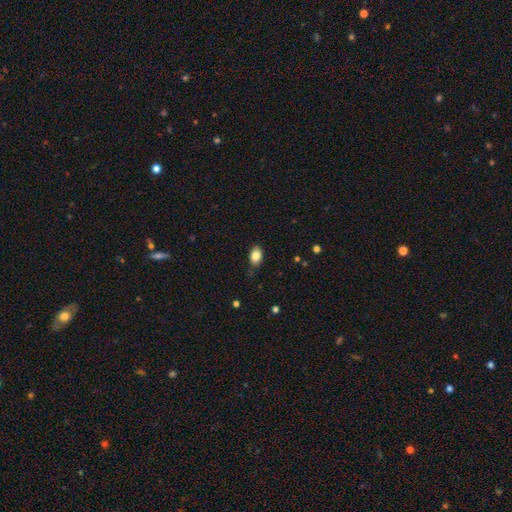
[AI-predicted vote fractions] Morphology: type=smooth (85%); roundness=in between (85%); merging=none (78%).